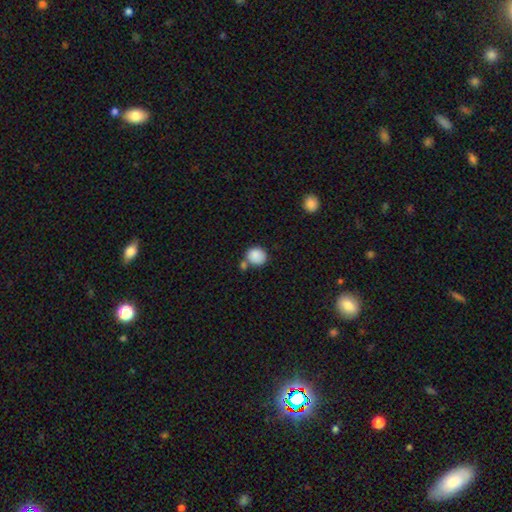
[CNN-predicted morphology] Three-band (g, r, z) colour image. It shows a smooth galaxy with no disk features (87%) that is round (81%). Merging: none (63%).